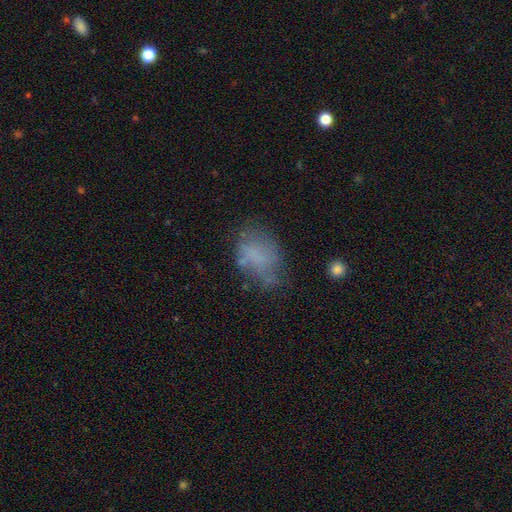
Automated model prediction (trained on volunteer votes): Smooth or featured? Predicted: smooth (p=0.56). How rounded? Predicted: in between (p=0.78). Merging? Predicted: none (p=0.51).